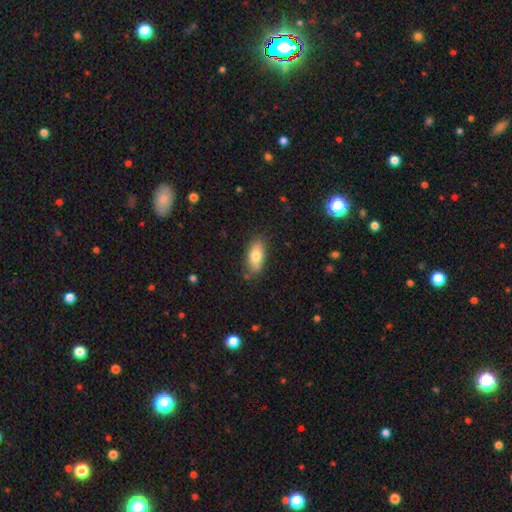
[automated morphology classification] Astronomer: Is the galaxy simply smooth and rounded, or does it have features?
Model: smooth — 77%.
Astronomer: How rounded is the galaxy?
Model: in between — 87%.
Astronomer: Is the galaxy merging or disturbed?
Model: none — 77%.